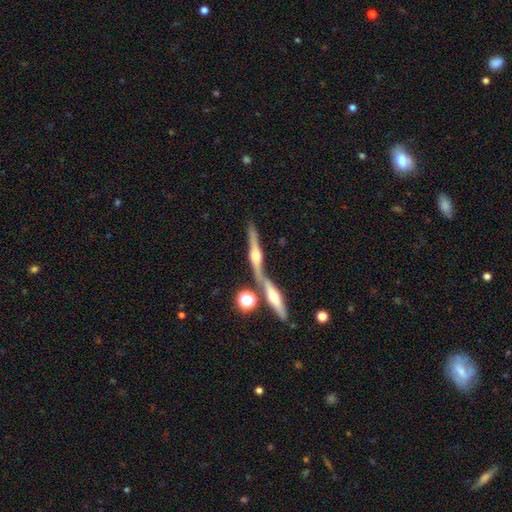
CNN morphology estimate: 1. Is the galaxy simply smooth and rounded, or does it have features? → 78% featured or disk, 16% smooth, 6% star or artifact.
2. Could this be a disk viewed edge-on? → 95% yes, 5% no.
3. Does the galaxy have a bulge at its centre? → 93% rounded, 5% boxy, 2% none.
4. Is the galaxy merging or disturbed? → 57% none, 30% merger, 9% minor disturbance, 3% major disturbance.